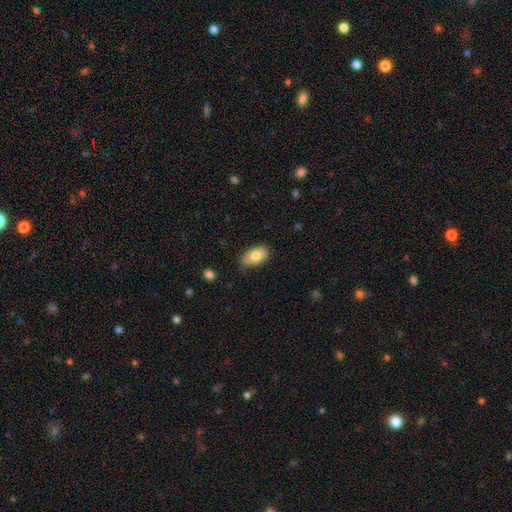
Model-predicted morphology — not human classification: This appears to be a smooth galaxy with no disk features (78%) that is in between round and cigar-shaped (92%). Merging: none (67%).